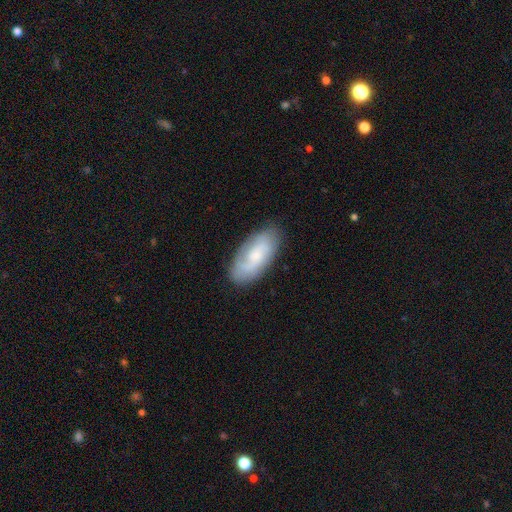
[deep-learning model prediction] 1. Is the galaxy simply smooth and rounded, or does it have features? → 49% featured or disk, 45% smooth, 7% star or artifact.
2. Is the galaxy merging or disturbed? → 77% none, 17% minor disturbance, 5% major disturbance, 1% merger.